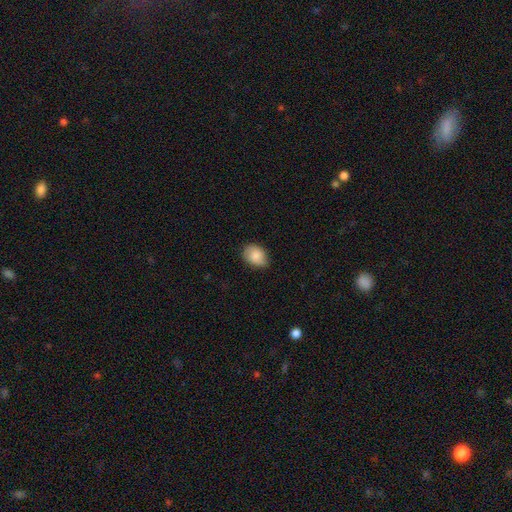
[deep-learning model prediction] Smooth or featured: smooth — 84% (featured or disk — 9%)
How rounded: in between — 70% (round — 29%)
Merging: none — 72% (minor disturbance — 23%)